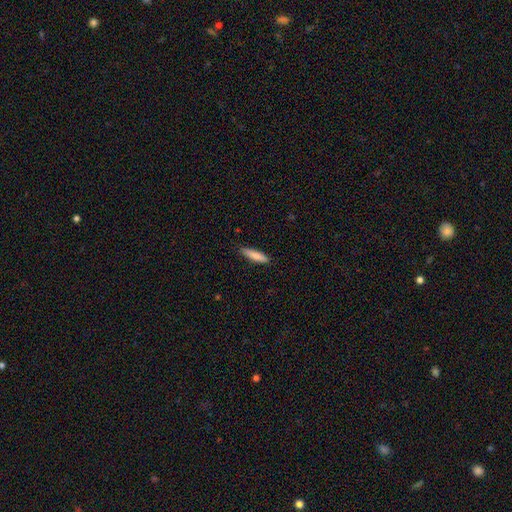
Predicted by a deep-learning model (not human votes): The model was most divided on "how rounded": cigar-shaped: 76%, in between: 22%, round: 1%. More confident: merging — none (86%); smooth or featured — smooth (84%).